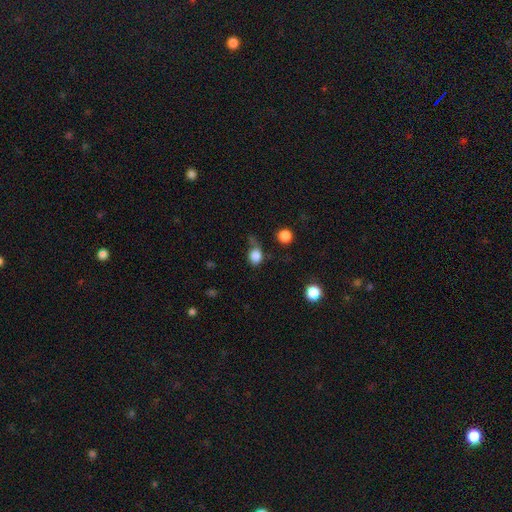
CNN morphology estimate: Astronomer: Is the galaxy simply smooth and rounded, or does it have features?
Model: smooth — 82%.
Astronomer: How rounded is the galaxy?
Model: round — 61% (runner-up: in between, 38%).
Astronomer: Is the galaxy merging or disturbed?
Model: none — 42% (runner-up: minor disturbance, 30%).